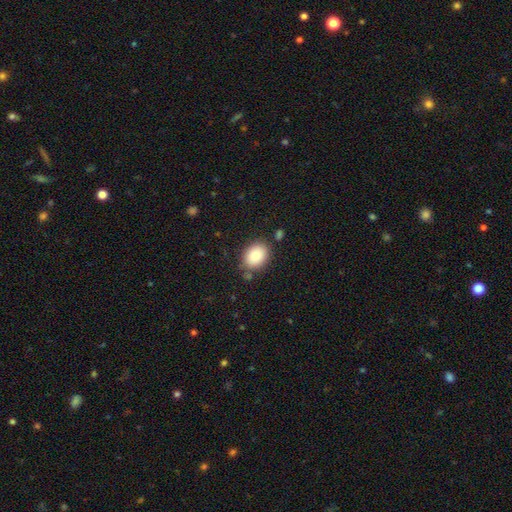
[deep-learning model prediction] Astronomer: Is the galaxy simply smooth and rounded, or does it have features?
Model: smooth — 85%.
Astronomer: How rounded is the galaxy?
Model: in between — 62%.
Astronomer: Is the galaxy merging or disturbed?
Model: none — 80%.